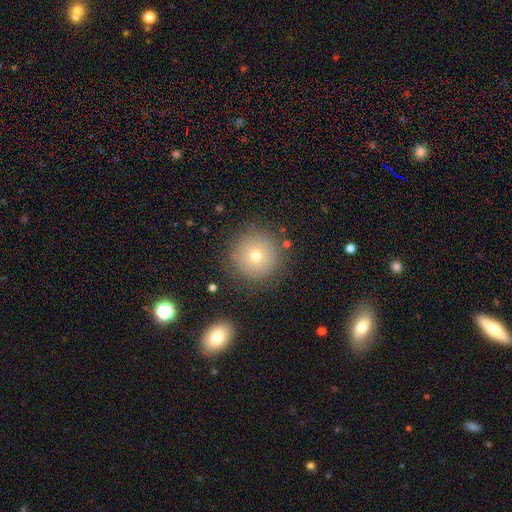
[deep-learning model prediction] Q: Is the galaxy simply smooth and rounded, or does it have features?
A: smooth — 70%.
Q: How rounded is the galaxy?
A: round — 95%.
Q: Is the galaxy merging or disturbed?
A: none — 85%.